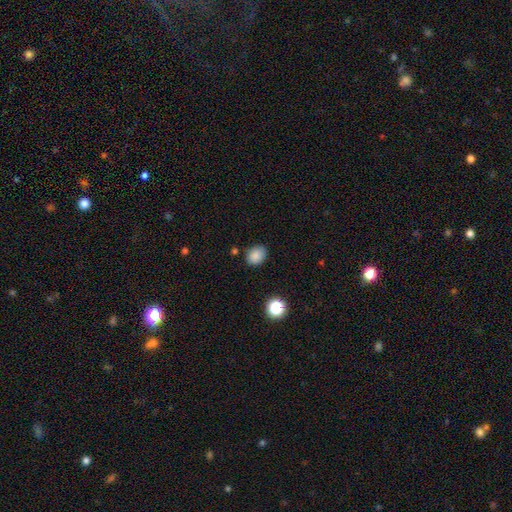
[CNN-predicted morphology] type=smooth (86%); roundness=in between (53%); merging=none (79%).